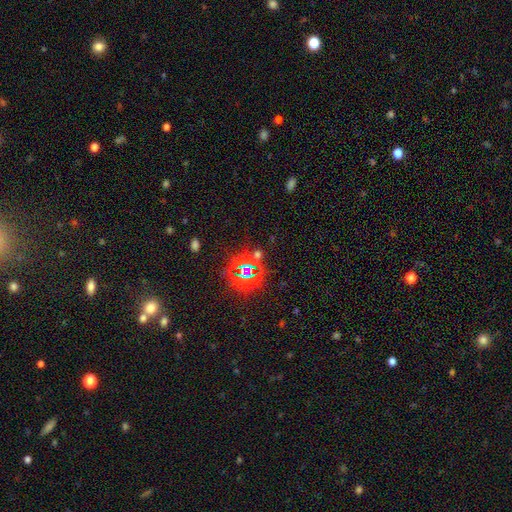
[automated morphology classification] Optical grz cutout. It shows a star or artifact, not a galaxy (79%).